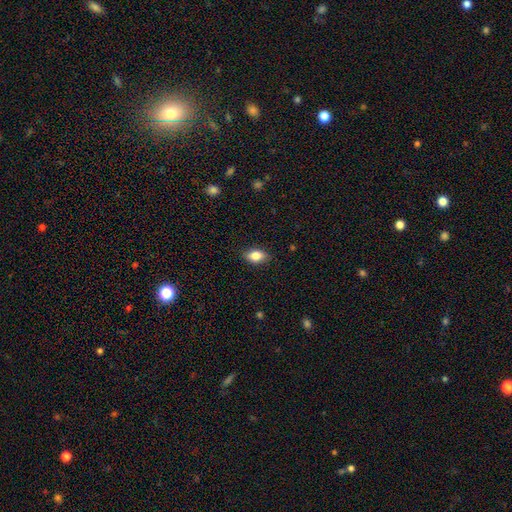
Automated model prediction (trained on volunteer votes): Smooth or featured?
  - smooth: 83% *
  - featured or disk: 9%
  - star or artifact: 8%
How rounded?
  - in between: 84% *
  - round: 13%
  - cigar-shaped: 3%
Merging?
  - none: 85% *
  - minor disturbance: 12%
  - major disturbance: 2%
  - merger: 1%